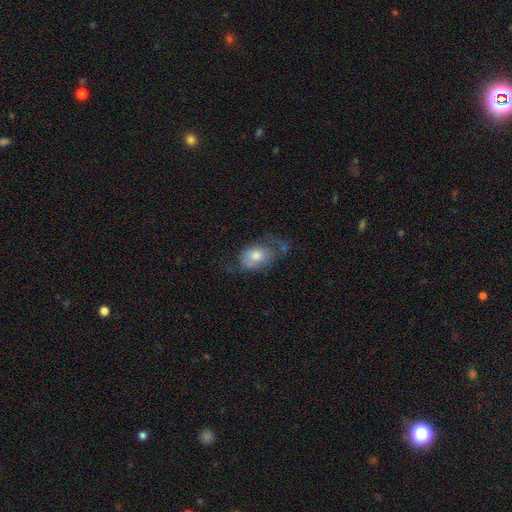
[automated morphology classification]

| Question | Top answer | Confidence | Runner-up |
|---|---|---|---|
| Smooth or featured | smooth | 58% | featured or disk (34%) |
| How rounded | in between | 83% | round (15%) |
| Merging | none | 38% | minor disturbance (29%) |